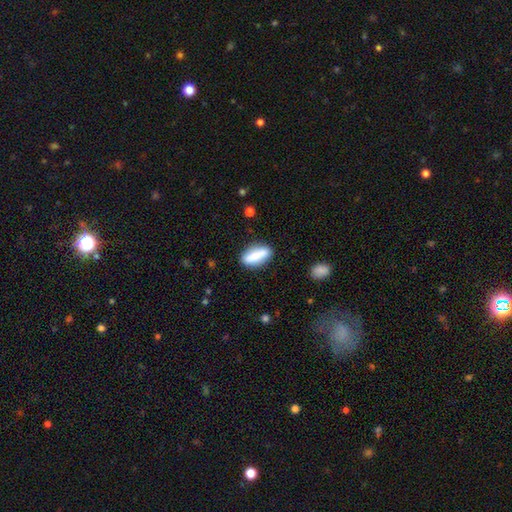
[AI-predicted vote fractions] Q: Smooth or featured?
A: smooth (75%); runner-up: featured or disk (18%)
Q: How rounded?
A: in between (65%); runner-up: cigar-shaped (32%)
Q: Merging?
A: none (83%); runner-up: minor disturbance (11%)